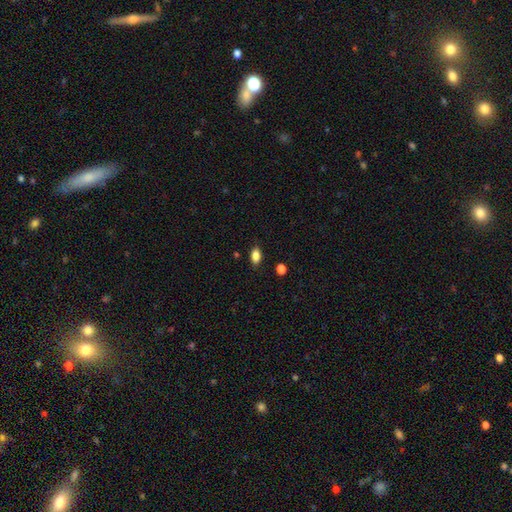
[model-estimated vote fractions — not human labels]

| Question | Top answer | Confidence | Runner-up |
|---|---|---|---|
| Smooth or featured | smooth | 85% | star or artifact (9%) |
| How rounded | in between | 88% | round (7%) |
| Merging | none | 86% | minor disturbance (10%) |